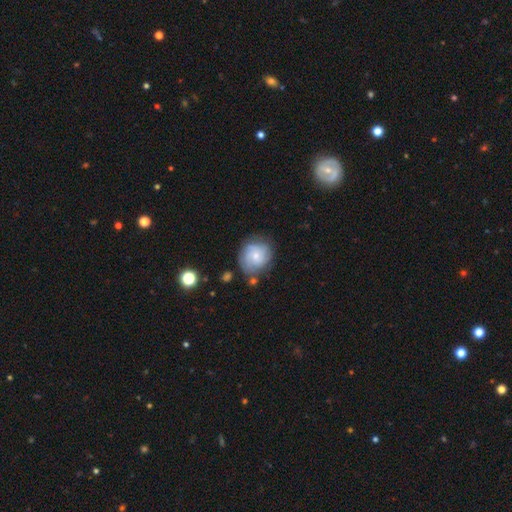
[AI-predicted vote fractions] Morphology: type=featured or disk (61%); edge-on=no (98%); bar=no (74%); spiral arms=yes (88%); winding=tight (58%); arm count=can't tell (38%); bulge=small (62%); merging=none (68%).